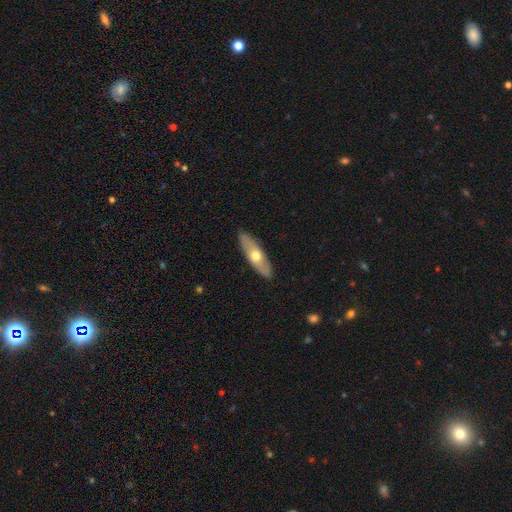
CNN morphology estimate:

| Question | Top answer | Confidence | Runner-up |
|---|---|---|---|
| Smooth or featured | smooth | 52% | featured or disk (43%) |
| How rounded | in between | 49% | tied: cigar-shaped (49%) |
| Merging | none | 88% | minor disturbance (10%) |